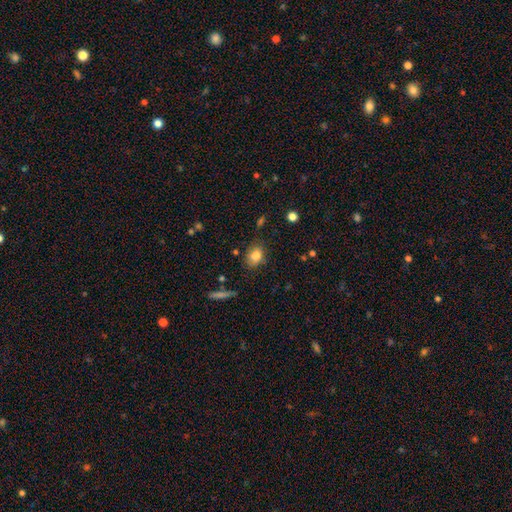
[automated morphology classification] Smooth or featured? Predicted: smooth (p=0.82). How rounded? Predicted: in between (p=0.60). Merging? Predicted: none (p=0.74).